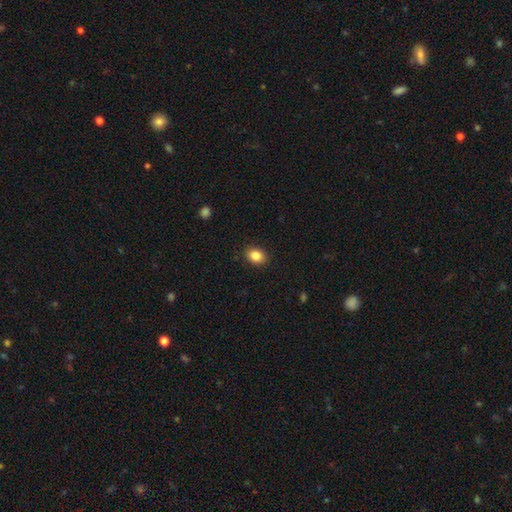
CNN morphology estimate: The model was most divided on "how rounded": in between: 62%, round: 37%, cigar-shaped: 1%. More confident: merging — none (90%); smooth or featured — smooth (86%).